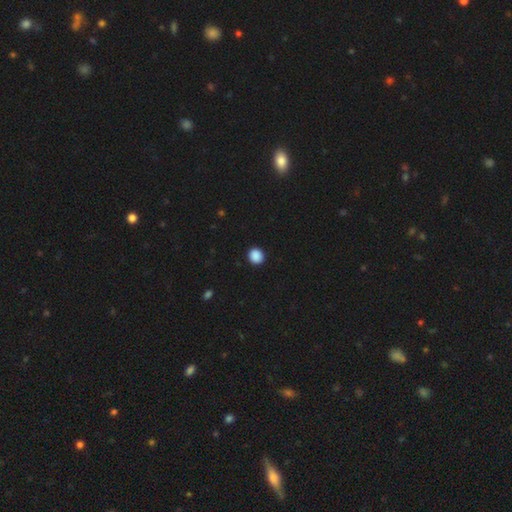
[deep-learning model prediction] The model was most divided on "how rounded": round: 83%, in between: 16%, cigar-shaped: 1%. More confident: merging — none (92%); smooth or featured — smooth (89%).